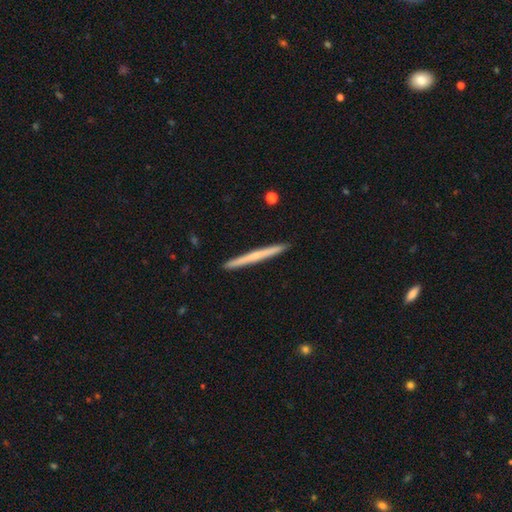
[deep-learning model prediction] Q: Smooth or featured?
A: smooth (51%); runner-up: featured or disk (43%)
Q: How rounded?
A: cigar-shaped (97%); runner-up: in between (1%)
Q: Merging?
A: none (93%); runner-up: minor disturbance (5%)